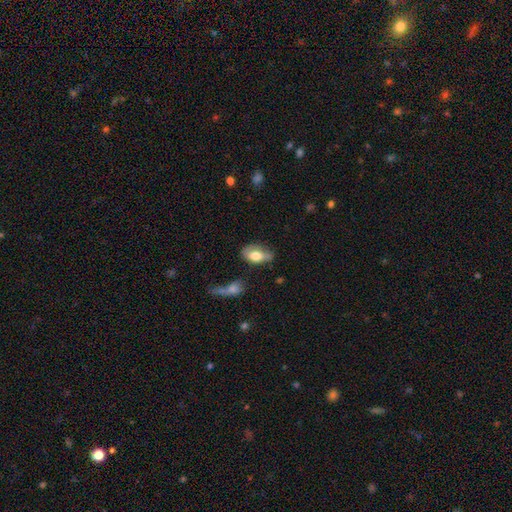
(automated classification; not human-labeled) The model was most divided on "merging": none: 51%, minor disturbance: 31%, major disturbance: 12%, merger: 6%. More confident: how rounded — in between (90%); smooth or featured — smooth (71%).